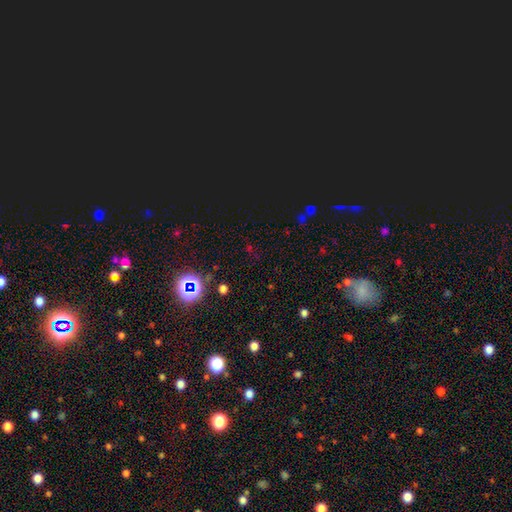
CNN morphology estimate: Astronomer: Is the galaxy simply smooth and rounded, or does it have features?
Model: star or artifact — 68%.